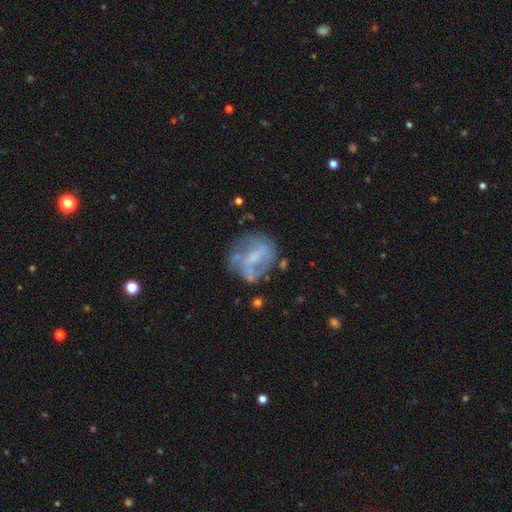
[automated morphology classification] This is likely a featured or disk galaxy (66%). It is clearly not viewed edge-on (97%). Bar: marginally weak (45%). Spiral arm pattern: possibly yes (59%). Central bulge: marginally small (41%). Merging: possibly none (58%).